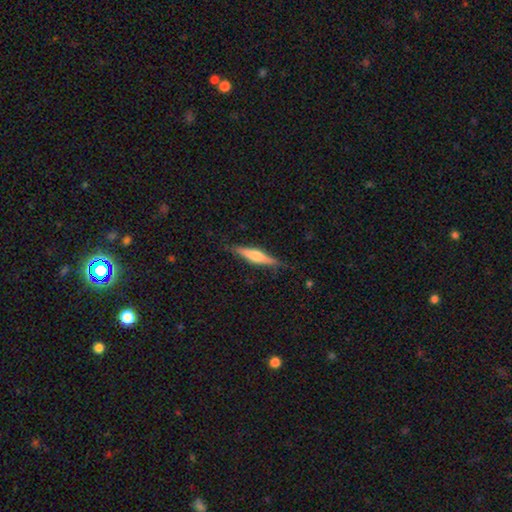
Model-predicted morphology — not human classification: Smooth or featured: featured or disk — 55% (smooth — 39%)
Edge-on disk: yes — 96% (no — 4%)
Edge-on bulge: rounded — 81% (boxy — 11%)
Merging: none — 85% (minor disturbance — 11%)